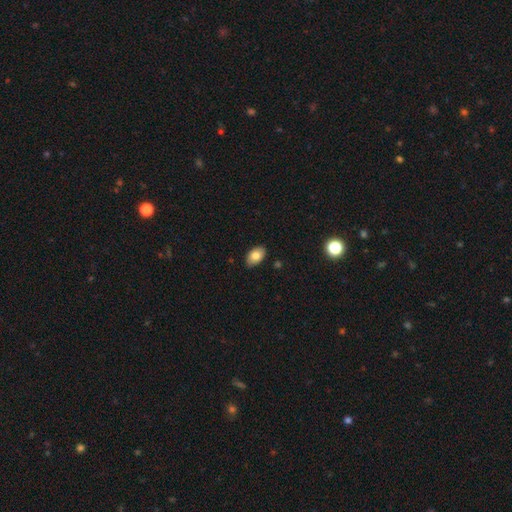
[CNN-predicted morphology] Smooth or featured: smooth — 81% (featured or disk — 11%)
How rounded: in between — 91% (round — 7%)
Merging: none — 86% (minor disturbance — 11%)